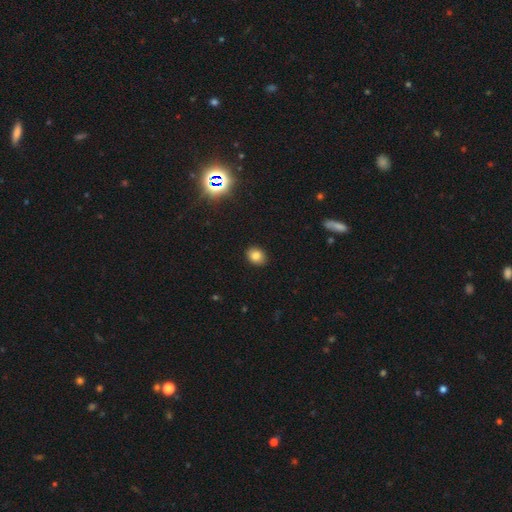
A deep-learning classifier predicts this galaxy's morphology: Smooth or featured? smooth (82%)
How rounded? in between (50%)
Merging? none (89%)